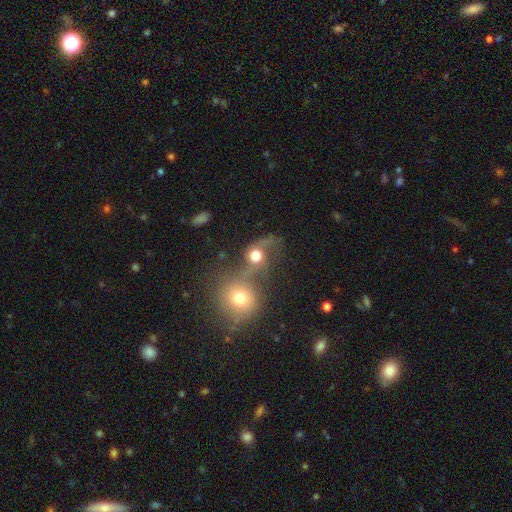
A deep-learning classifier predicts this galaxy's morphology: smooth_or_featured: smooth (p=0.55) [alt: featured or disk p=0.30]
how_rounded: round (p=0.73) [alt: in between p=0.25]
merging: merger (p=0.51) [alt: none p=0.25]